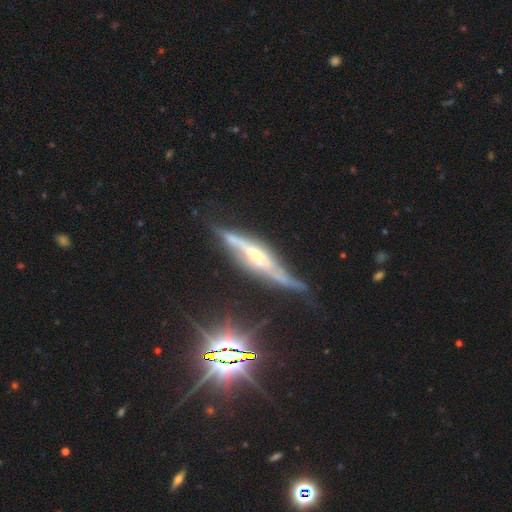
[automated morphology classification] Overall: featured or disk (78%). Edge-on disk: yes (80%). Edge-on bulge: rounded (52%; boxy 32%). Merging: none (54%; minor disturbance 29%).